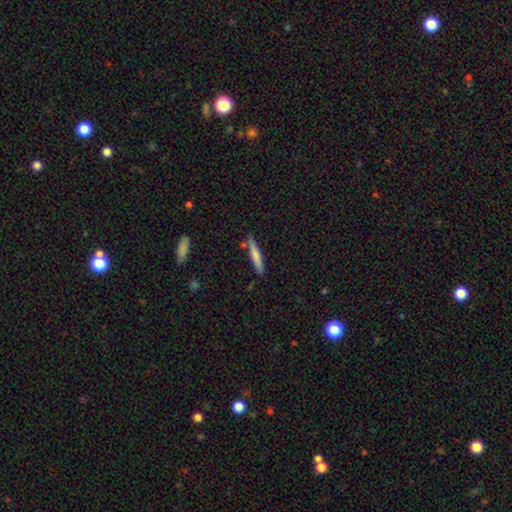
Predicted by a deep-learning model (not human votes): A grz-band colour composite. It shows a smooth galaxy with no disk features (71%) that is cigar-shaped (92%). Merging: none (80%).